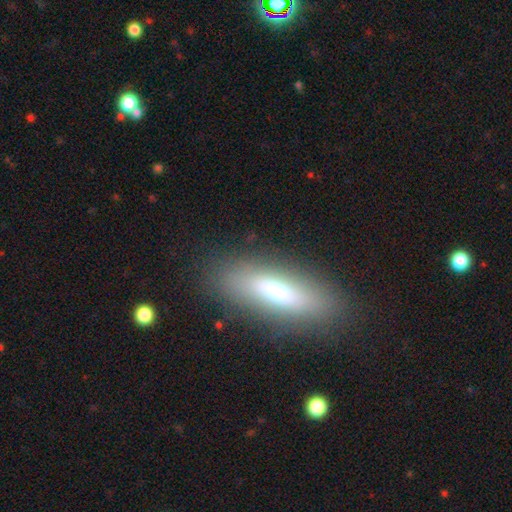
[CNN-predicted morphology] The model was most divided on "how rounded": cigar-shaped: 49%, in between: 48%, round: 2%. More confident: merging — none (85%); smooth or featured — smooth (60%).